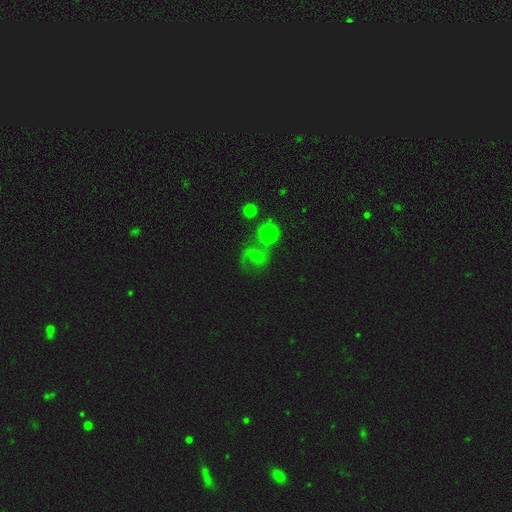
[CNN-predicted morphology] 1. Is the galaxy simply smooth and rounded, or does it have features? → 51% featured or disk, 28% smooth, 21% star or artifact.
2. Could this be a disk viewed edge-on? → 97% no, 3% yes.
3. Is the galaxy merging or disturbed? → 54% none, 18% merger, 16% minor disturbance, 12% major disturbance.